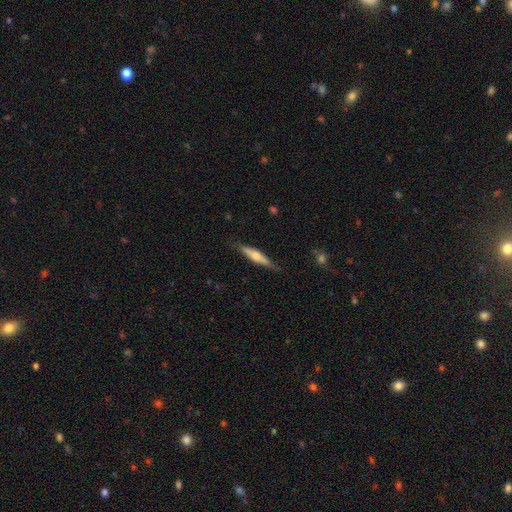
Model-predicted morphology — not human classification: smooth_or_featured: smooth (p=0.47) [tied with: featured or disk p=0.47]
merging: none (p=0.82) [alt: minor disturbance p=0.14]